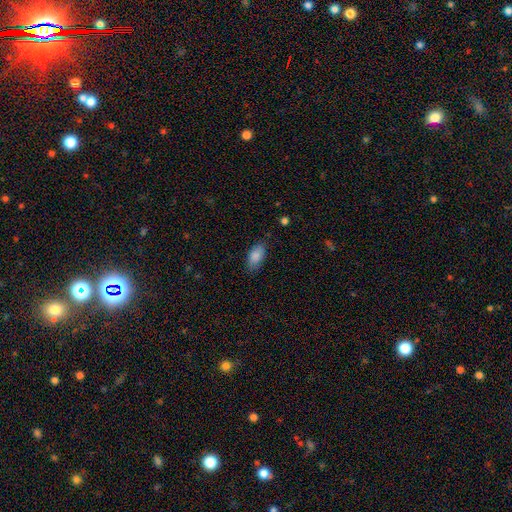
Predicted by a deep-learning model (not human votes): This appears to be a smooth galaxy with no disk features (86%) that is in between round and cigar-shaped (92%). Merging: none (78%).